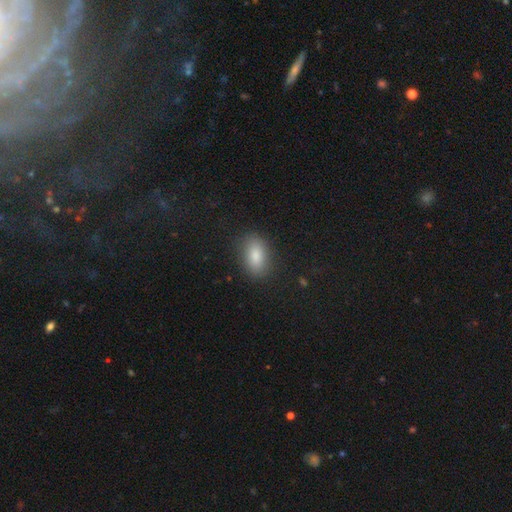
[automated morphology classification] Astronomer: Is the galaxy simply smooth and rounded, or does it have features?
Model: smooth — 85%.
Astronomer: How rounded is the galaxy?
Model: in between — 89%.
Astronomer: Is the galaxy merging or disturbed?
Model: none — 85%.